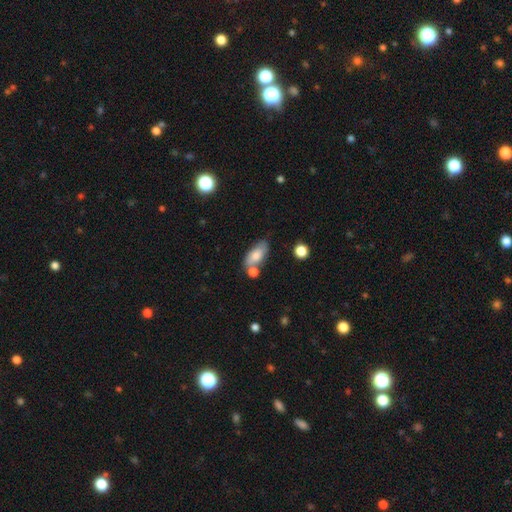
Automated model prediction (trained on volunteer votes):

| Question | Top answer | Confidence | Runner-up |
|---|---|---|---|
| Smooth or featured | smooth | 74% | featured or disk (19%) |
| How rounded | in between | 85% | cigar-shaped (10%) |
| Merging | none | 56% | merger (19%) |